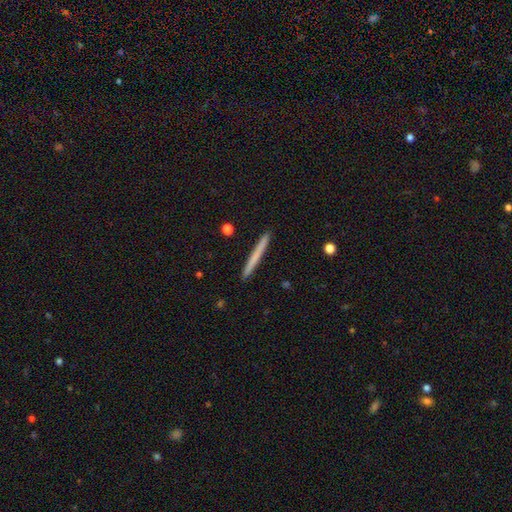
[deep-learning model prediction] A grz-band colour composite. It shows a smooth galaxy with no disk features (64%) that is cigar-shaped (97%). Merging: none (93%).